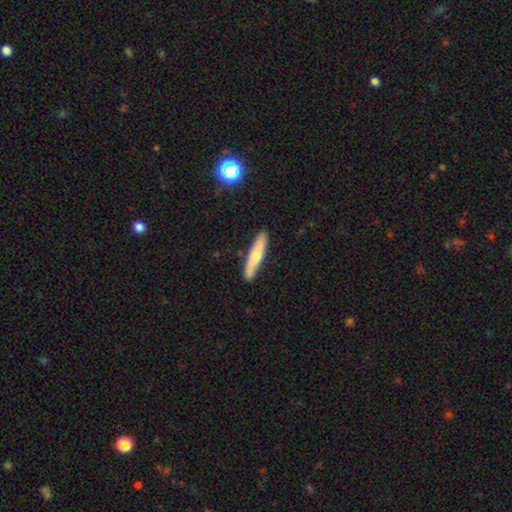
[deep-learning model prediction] Morphology: type=smooth (63%); roundness=cigar-shaped (89%); merging=none (86%).